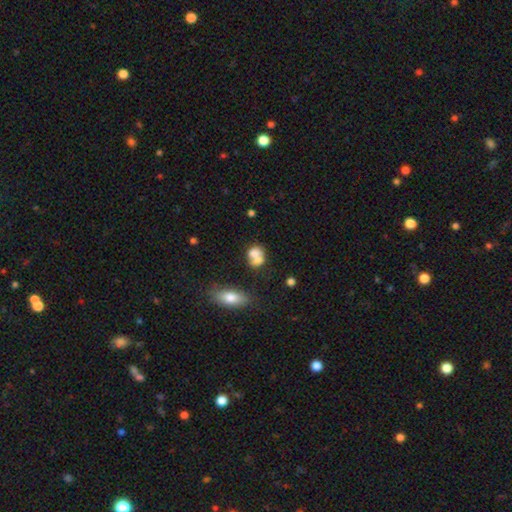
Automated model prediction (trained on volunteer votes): smooth_or_featured: smooth (p=0.70) [alt: featured or disk p=0.20]
how_rounded: in between (p=0.51) [alt: round p=0.47]
merging: merger (p=0.55) [alt: none p=0.28]